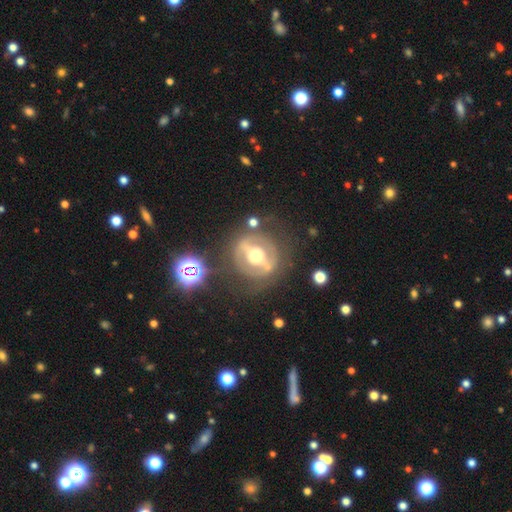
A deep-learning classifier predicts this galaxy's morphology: smooth-or-featured: featured or disk: 73% | smooth: 20% | star or artifact: 8%
  disk-edge-on: no: 90% | yes: 10%
    bar: strong: 62% | weak: 21% | no: 17%
    has-spiral-arms: no: 73% | yes: 27%
    bulge-size: moderate: 69% | large: 23% | small: 6% | dominant: 2% | none: 1%
  merging: none: 72% | minor disturbance: 14% | major disturbance: 10% | merger: 4%